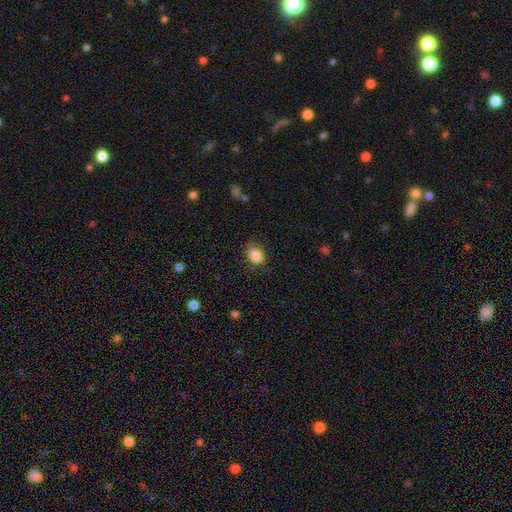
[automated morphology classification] A smooth galaxy with no disk features (86%) that is in between round and cigar-shaped (73%).

Vote fractions:
- Smooth or featured? smooth: 86% / star or artifact: 8% / featured or disk: 6%
- How rounded? in between: 73% / round: 26% / cigar-shaped: 1%
- Merging? none: 76% / minor disturbance: 17% / major disturbance: 5% / merger: 1%